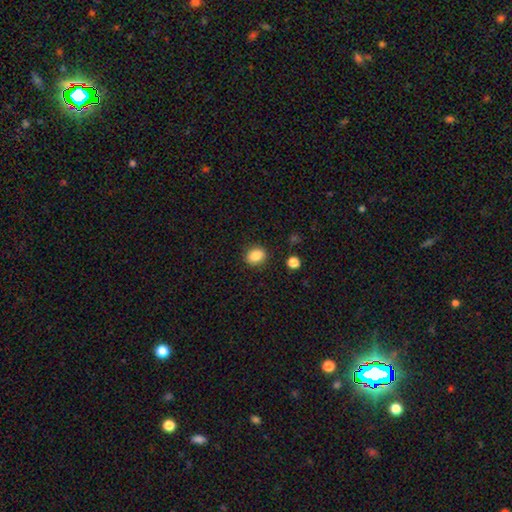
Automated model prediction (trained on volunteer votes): smooth_or_featured: smooth (p=0.86) [alt: star or artifact p=0.09]
how_rounded: round (p=0.54) [alt: in between p=0.45]
merging: none (p=0.88) [alt: minor disturbance p=0.08]